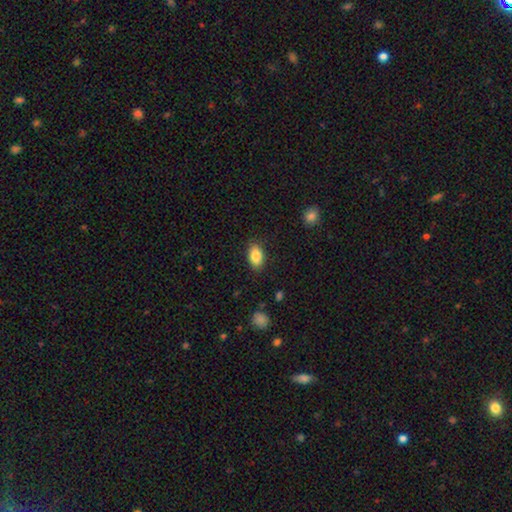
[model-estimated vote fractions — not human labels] Smooth or featured? Predicted: smooth (p=0.86). How rounded? Predicted: in between (p=0.91). Merging? Predicted: none (p=0.86).